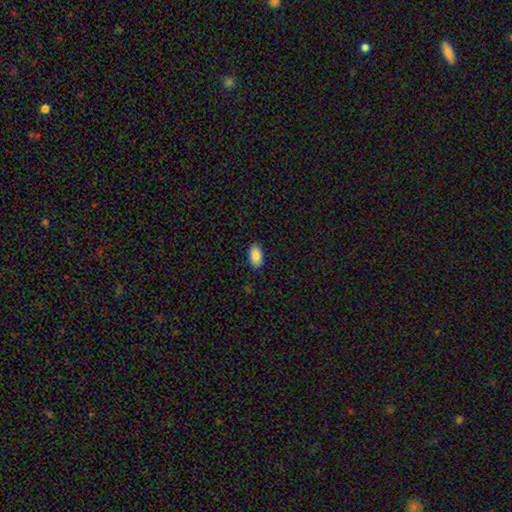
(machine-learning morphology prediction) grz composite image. It shows a smooth galaxy with no disk features (89%) that is in between round and cigar-shaped (94%). Merging: none (88%).